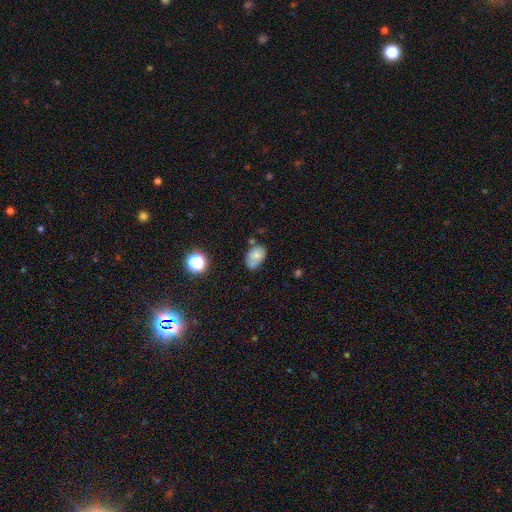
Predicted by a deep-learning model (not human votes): Overall: smooth (70%). How rounded: in between (83%). Merging: none (50%; minor disturbance 27%).